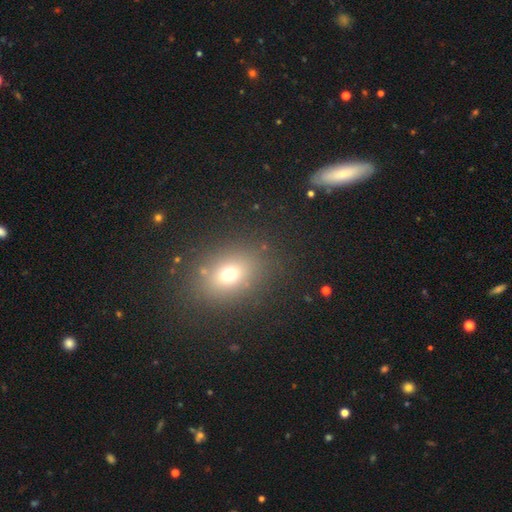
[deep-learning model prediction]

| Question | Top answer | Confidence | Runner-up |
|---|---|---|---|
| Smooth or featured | smooth | 61% | star or artifact (27%) |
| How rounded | in between | 55% | round (42%) |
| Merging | none | 88% | minor disturbance (7%) |